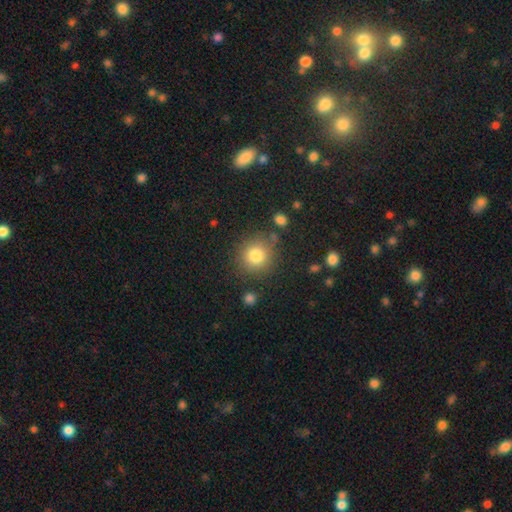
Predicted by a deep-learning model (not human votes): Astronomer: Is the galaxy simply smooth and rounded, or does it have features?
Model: smooth — 81%.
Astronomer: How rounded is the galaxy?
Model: round — 91%.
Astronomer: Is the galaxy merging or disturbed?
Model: none — 81%.